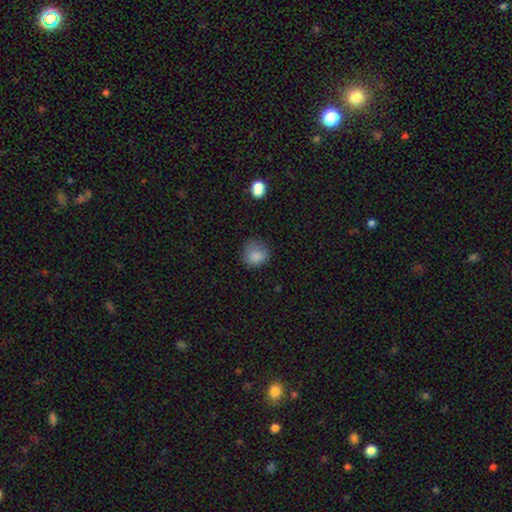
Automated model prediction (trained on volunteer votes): Overall: smooth (84%). How rounded: round (76%). Merging: none (66%).